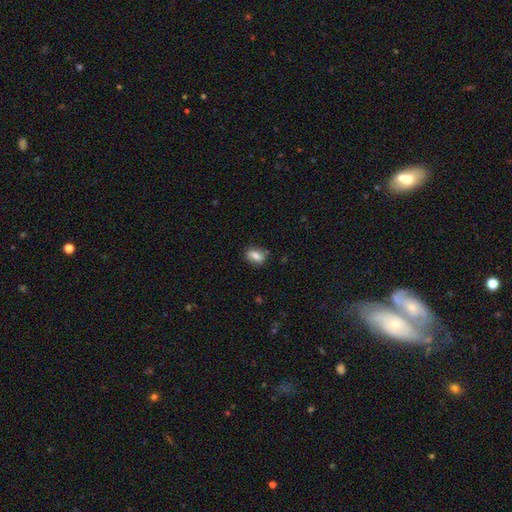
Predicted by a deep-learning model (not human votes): A smooth galaxy with no disk features (74%) that is in between round and cigar-shaped (73%).

Vote fractions:
- Smooth or featured? smooth: 74% / featured or disk: 17% / star or artifact: 9%
- How rounded? in between: 73% / round: 22% / cigar-shaped: 4%
- Merging? none: 76% / minor disturbance: 17% / major disturbance: 4% / merger: 3%